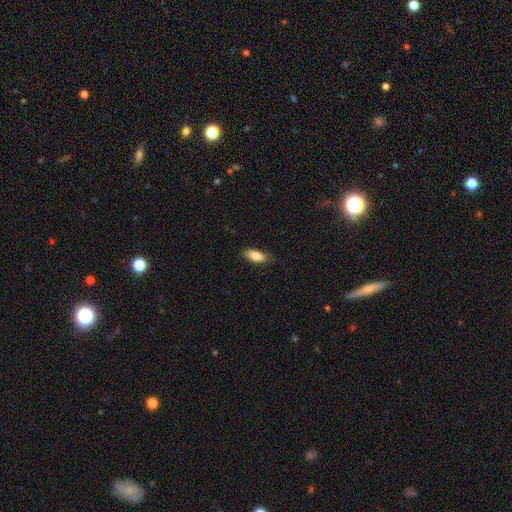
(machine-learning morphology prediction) This is clearly a smooth galaxy (80%). How rounded: clearly in between (81%). Merging: likely none (78%).